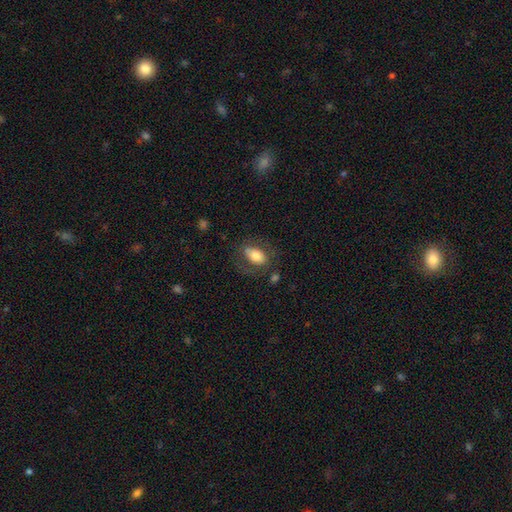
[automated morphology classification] The model was most divided on "merging": none: 62%, minor disturbance: 19%, major disturbance: 14%, merger: 4%. More confident: how rounded — in between (88%); smooth or featured — smooth (68%).